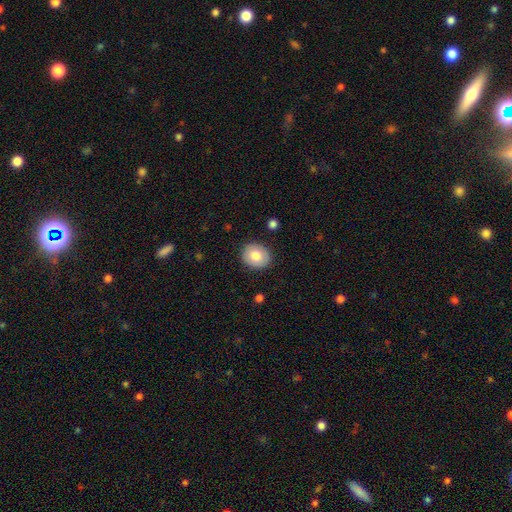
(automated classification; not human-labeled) Overall: smooth (78%). How rounded: round (68%; in between 31%). Merging: none (89%).